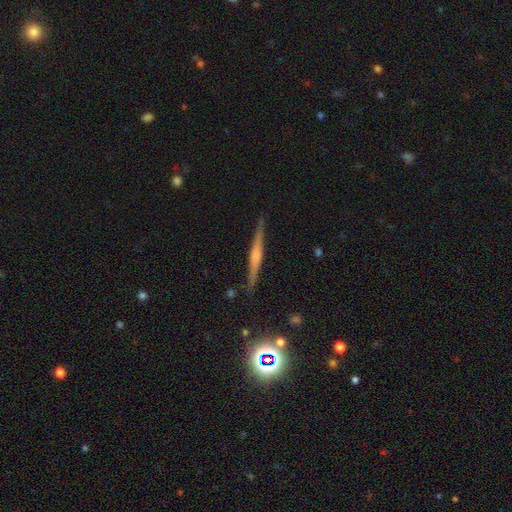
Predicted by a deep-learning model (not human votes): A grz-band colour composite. It shows a featured or disk galaxy (67%) viewed edge-on (98%) with a rounded central bulge (51%). Merging: none (88%).